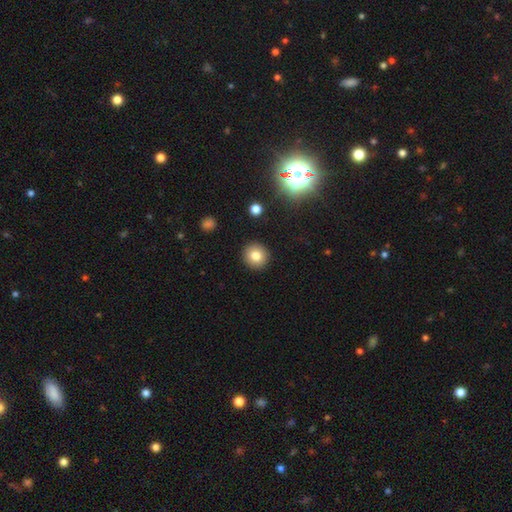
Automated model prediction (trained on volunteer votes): Smooth or featured?
  - smooth: 80% *
  - star or artifact: 11%
  - featured or disk: 9%
How rounded?
  - round: 89% *
  - in between: 10%
  - cigar-shaped: 1%
Merging?
  - none: 91% *
  - minor disturbance: 6%
  - major disturbance: 2%
  - merger: 1%